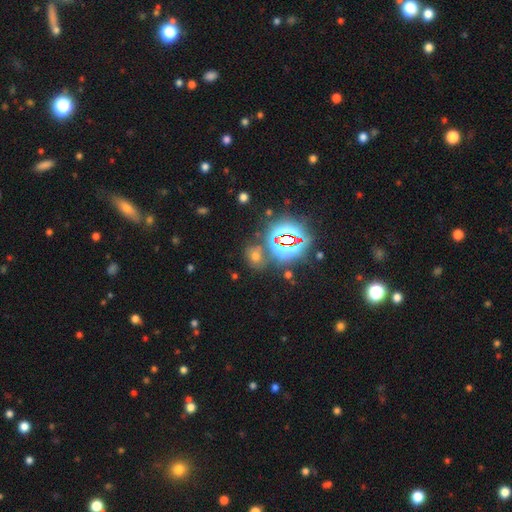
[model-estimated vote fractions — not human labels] Overall: star or artifact (50%; smooth 41%).